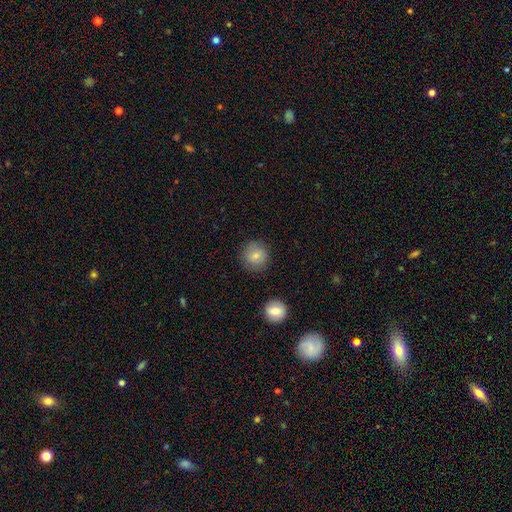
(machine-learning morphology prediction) Smooth or featured: smooth — 80% (featured or disk — 11%)
How rounded: round — 90% (in between — 9%)
Merging: none — 84% (minor disturbance — 11%)